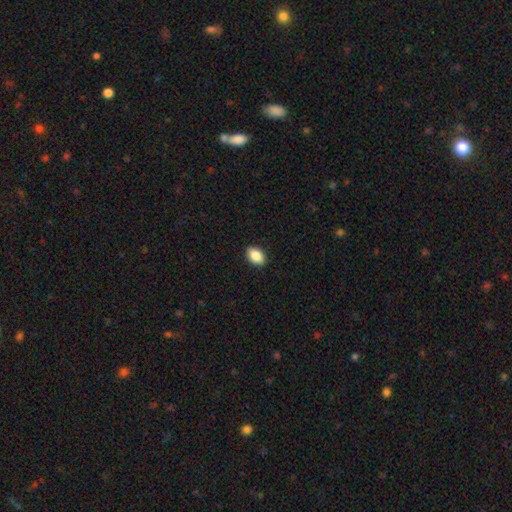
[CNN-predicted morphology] Smooth or featured: smooth — 87% (star or artifact — 8%)
How rounded: in between — 88% (round — 10%)
Merging: none — 90% (minor disturbance — 7%)